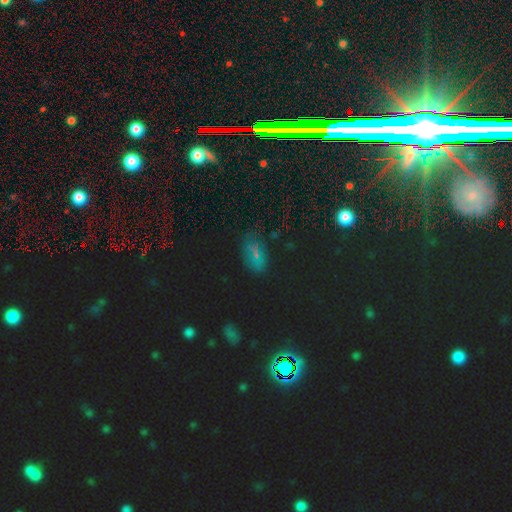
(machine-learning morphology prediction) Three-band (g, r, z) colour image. It shows a star or artifact, not a galaxy (51%).